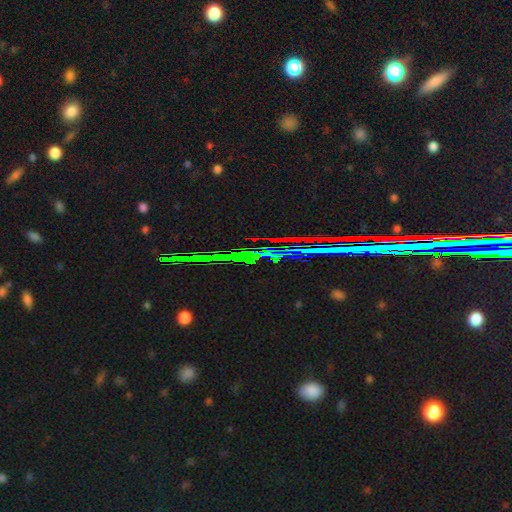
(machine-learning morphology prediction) star or artifact 80%, featured or disk 10%, smooth 10%.